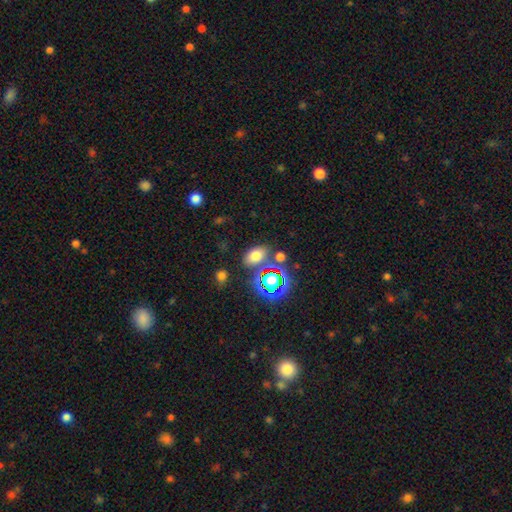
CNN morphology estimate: Q: Smooth or featured?
A: smooth (67%); runner-up: star or artifact (23%)
Q: How rounded?
A: in between (83%); runner-up: round (15%)
Q: Merging?
A: none (71%); runner-up: minor disturbance (13%)